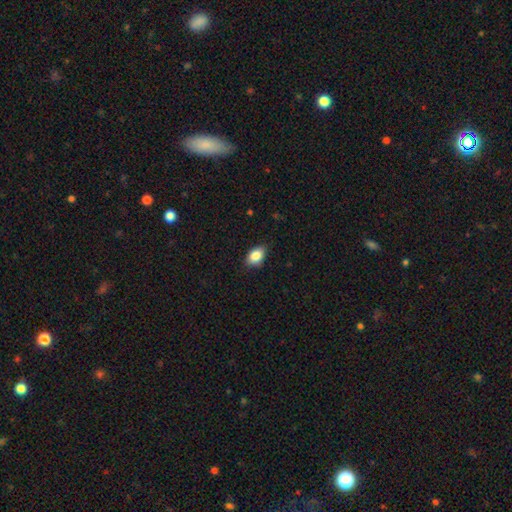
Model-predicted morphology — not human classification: Overall: smooth (85%). How rounded: in between (83%). Merging: none (81%).